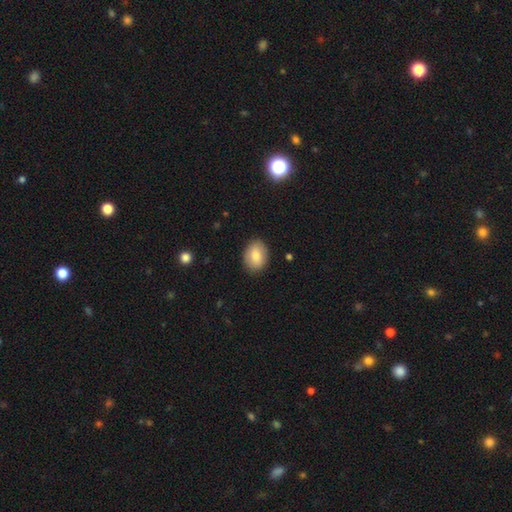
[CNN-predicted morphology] The model was most divided on "how rounded": in between: 68%, round: 31%, cigar-shaped: 1%. More confident: merging — none (88%); smooth or featured — smooth (79%).